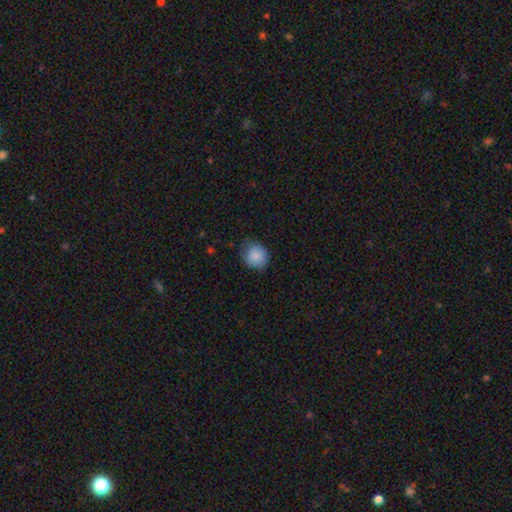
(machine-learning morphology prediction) smooth_or_featured: smooth (p=0.87) [alt: star or artifact p=0.07]
how_rounded: round (p=0.70) [alt: in between p=0.29]
merging: none (p=0.69) [alt: minor disturbance p=0.25]